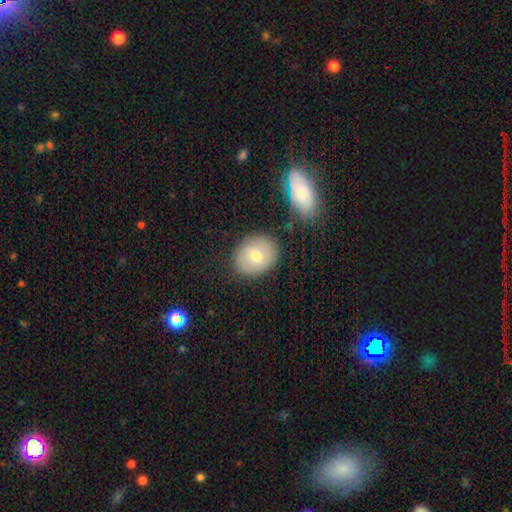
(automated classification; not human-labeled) Smooth or featured?
  - smooth: 70% *
  - featured or disk: 22%
  - star or artifact: 8%
How rounded?
  - round: 52% *
  - in between: 47%
  - cigar-shaped: 1%
Merging?
  - none: 82% *
  - minor disturbance: 10%
  - merger: 4%
  - major disturbance: 3%